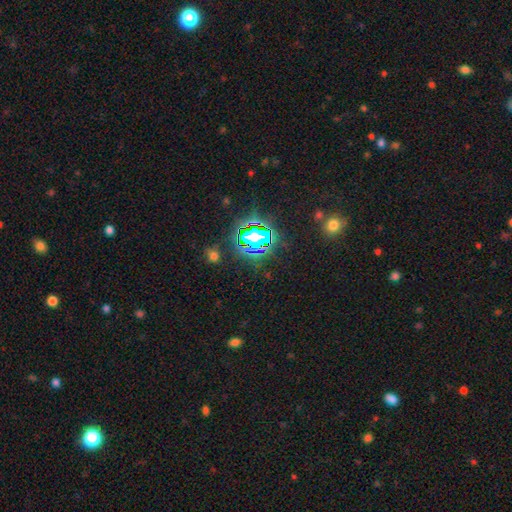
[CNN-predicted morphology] type=star or artifact (79%).